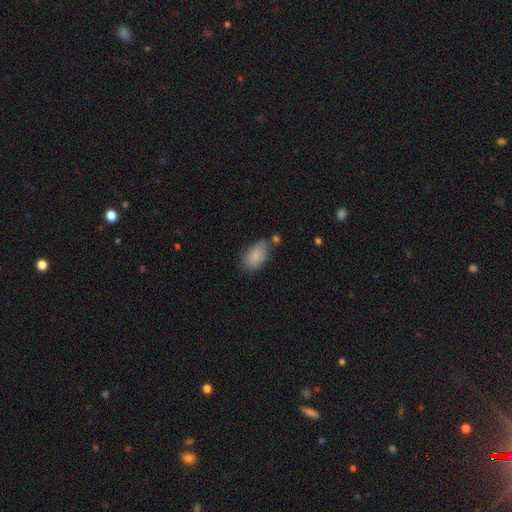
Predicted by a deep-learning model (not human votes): Morphology: type=smooth (85%); roundness=in between (93%); merging=none (56%).